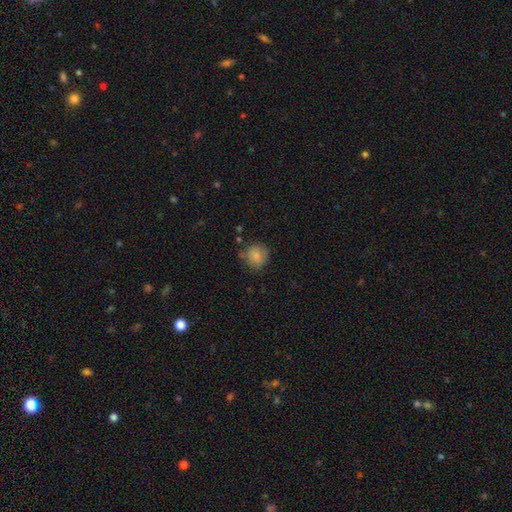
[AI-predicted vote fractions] Morphology: type=smooth (82%); roundness=round (84%); merging=none (66%).